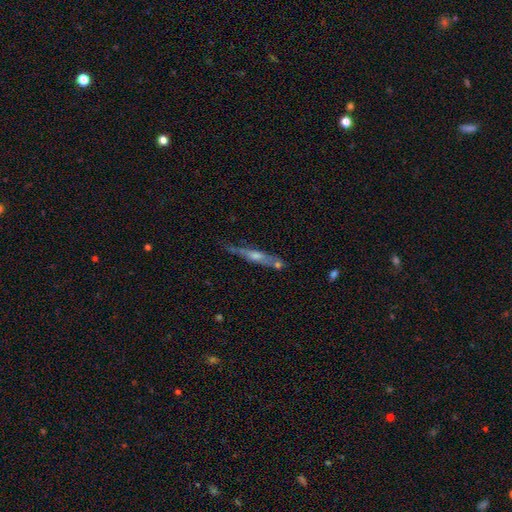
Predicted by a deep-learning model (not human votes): This is likely a featured or disk galaxy (65%). It is clearly viewed edge-on (88%). Edge-on bulge: likely rounded (71%). Merging: likely none (62%).